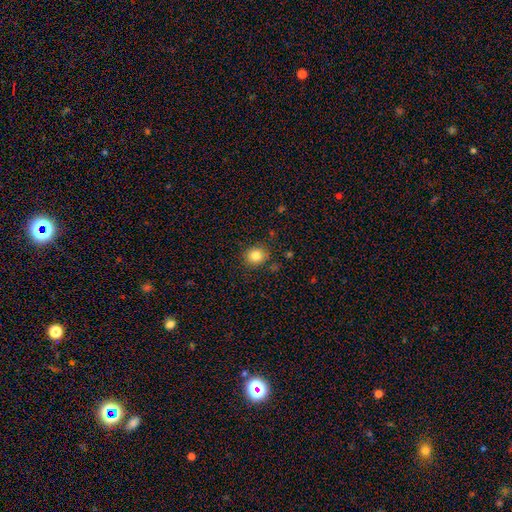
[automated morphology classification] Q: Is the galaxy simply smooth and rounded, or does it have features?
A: smooth — 84%.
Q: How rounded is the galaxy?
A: round — 83%.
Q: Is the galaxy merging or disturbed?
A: none — 86%.